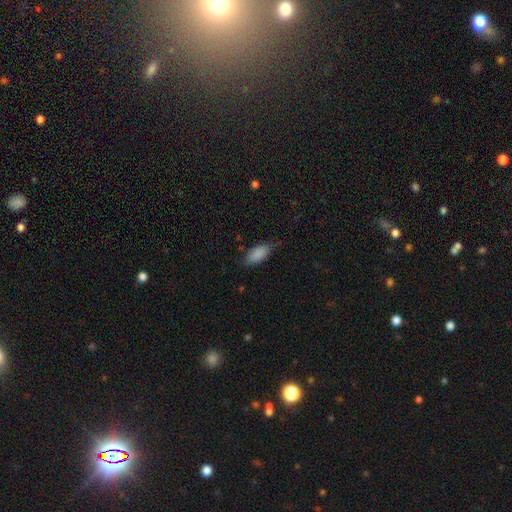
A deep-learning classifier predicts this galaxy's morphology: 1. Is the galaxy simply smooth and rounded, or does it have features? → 86% smooth, 7% star or artifact, 7% featured or disk.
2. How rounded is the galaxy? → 84% in between, 14% cigar-shaped, 2% round.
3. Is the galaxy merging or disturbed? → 69% none, 24% minor disturbance, 5% major disturbance, 1% merger.